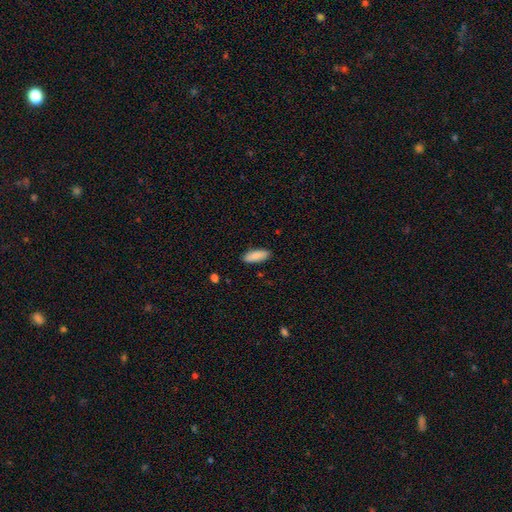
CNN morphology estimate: Overall: smooth (88%). How rounded: in between (69%; cigar-shaped 29%). Merging: none (89%).